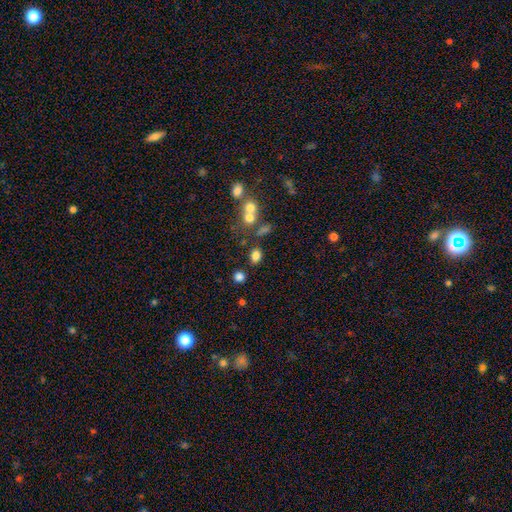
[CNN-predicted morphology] Overall: smooth (78%). How rounded: in between (68%; round 30%). Merging: none (73%).